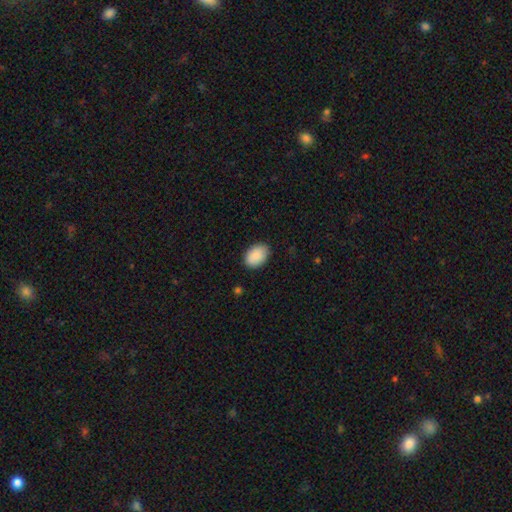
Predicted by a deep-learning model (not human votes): This appears to be a smooth galaxy with no disk features (90%) that is in between round and cigar-shaped (86%). Merging: none (86%).